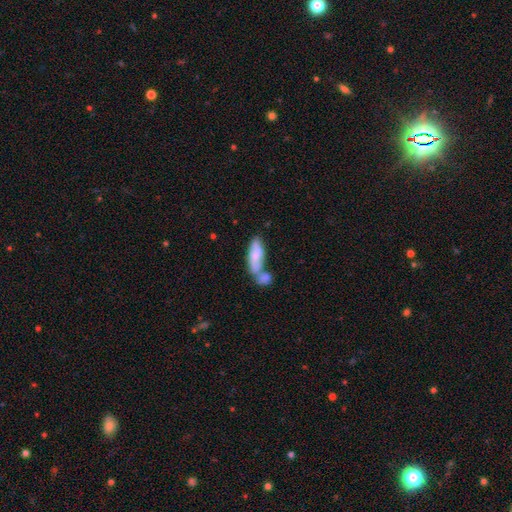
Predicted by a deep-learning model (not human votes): smooth 70%, featured or disk 23%, star or artifact 7%. Down the decision tree: how rounded — in between (64%); merging — merger (55%).